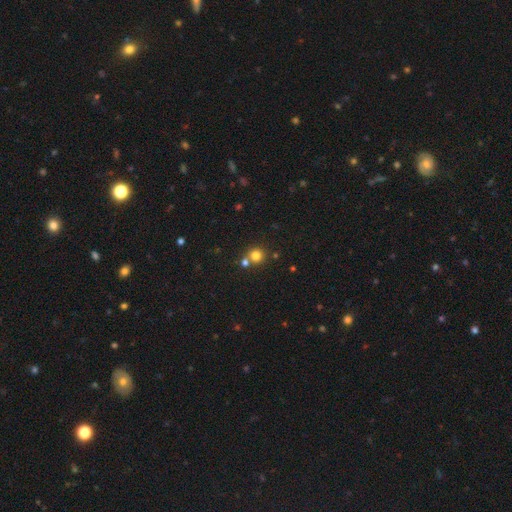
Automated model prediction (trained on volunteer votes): Overall: smooth (78%). How rounded: round (92%). Merging: none (66%).